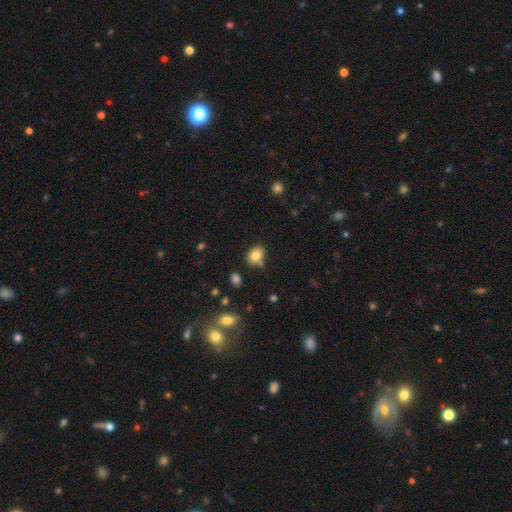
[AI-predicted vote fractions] Overall: smooth (82%). How rounded: in between (53%; round 46%). Merging: none (70%).